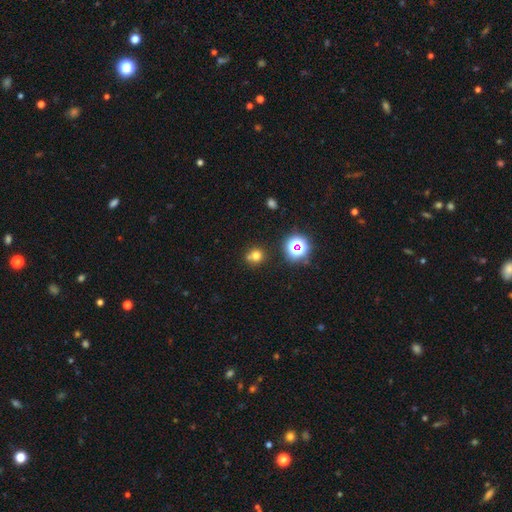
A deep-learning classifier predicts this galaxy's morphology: type=smooth (69%); roundness=round (87%); merging=none (61%).